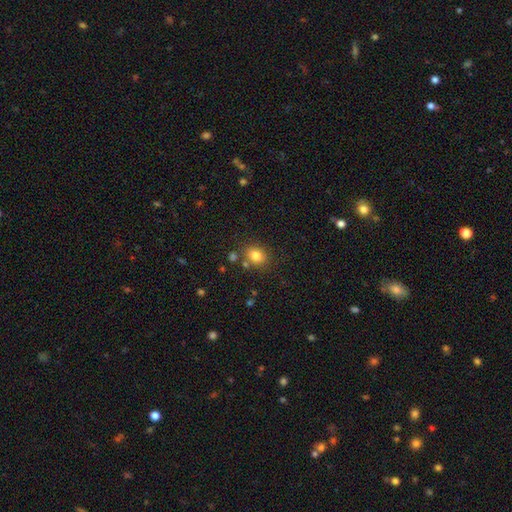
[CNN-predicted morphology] Smooth or featured? smooth (81%)
How rounded? round (55%)
Merging? none (75%)